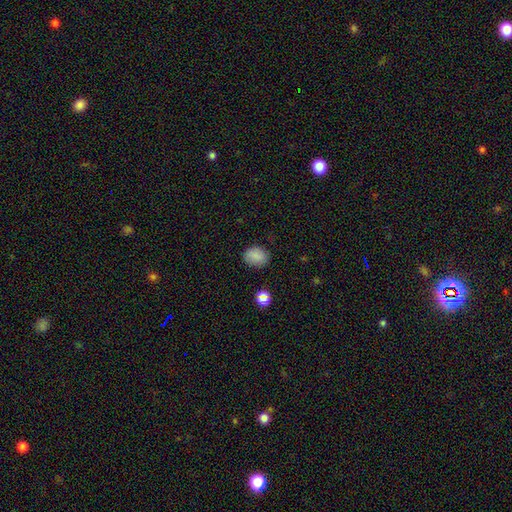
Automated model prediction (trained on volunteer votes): This is clearly a smooth galaxy (85%). How rounded: possibly in between (57%). Merging: clearly none (83%).